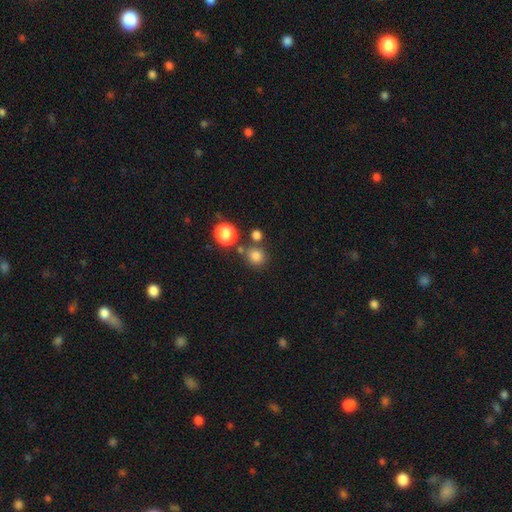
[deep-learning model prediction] Smooth or featured?
  - smooth: 79% *
  - star or artifact: 15%
  - featured or disk: 6%
How rounded?
  - round: 83% *
  - in between: 16%
  - cigar-shaped: 1%
Merging?
  - none: 71% *
  - merger: 15%
  - minor disturbance: 10%
  - major disturbance: 4%